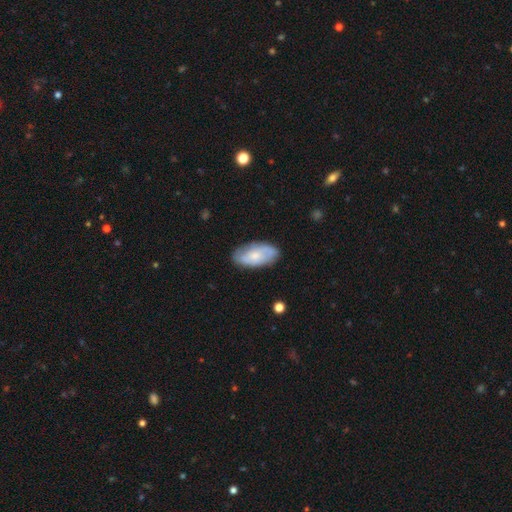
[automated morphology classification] Smooth or featured? Predicted: smooth (p=0.53). How rounded? Predicted: in between (p=0.92). Merging? Predicted: none (p=0.78).